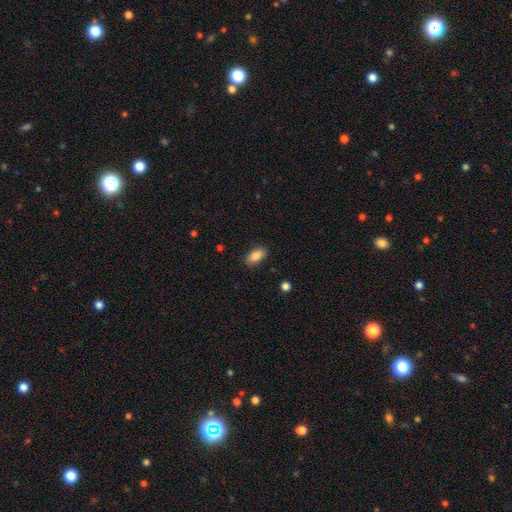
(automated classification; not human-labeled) Morphology: type=smooth (86%); roundness=in between (91%); merging=none (82%).